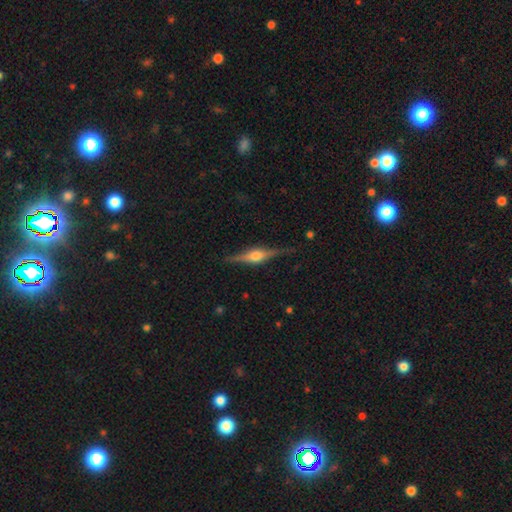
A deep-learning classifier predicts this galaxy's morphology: smooth_or_featured: featured or disk (p=0.82) [alt: smooth p=0.12]
disk_edge_on: yes (p=0.98) [alt: no p=0.02]
edge_on_bulge: rounded (p=0.91) [alt: boxy p=0.07]
merging: none (p=0.87) [alt: minor disturbance p=0.10]